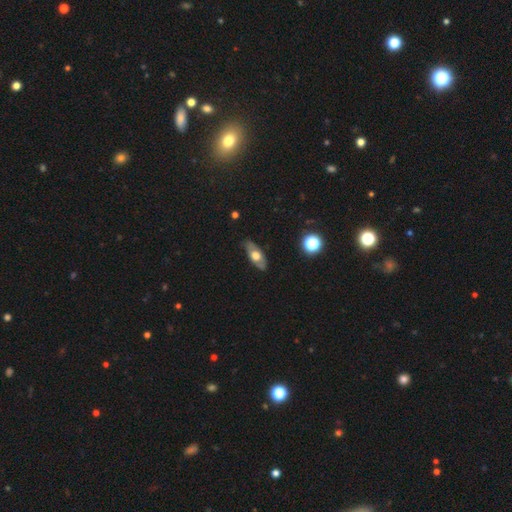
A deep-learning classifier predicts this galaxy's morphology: smooth-or-featured: smooth: 49% | featured or disk: 44% | star or artifact: 7%
  merging: none: 81% | minor disturbance: 14% | major disturbance: 3% | merger: 1%